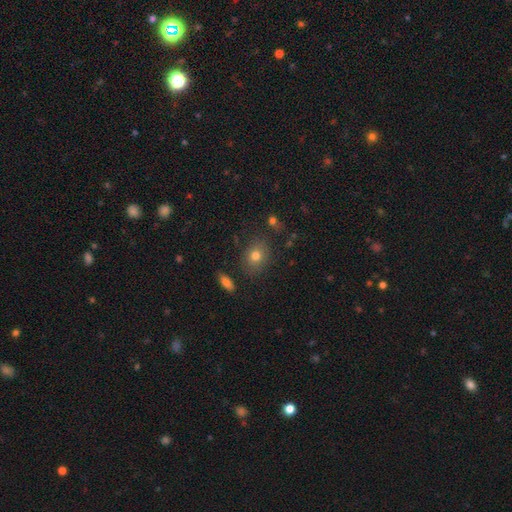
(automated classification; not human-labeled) The model was most divided on "how rounded": round: 60%, in between: 39%, cigar-shaped: 1%. More confident: merging — none (82%); smooth or featured — smooth (76%).